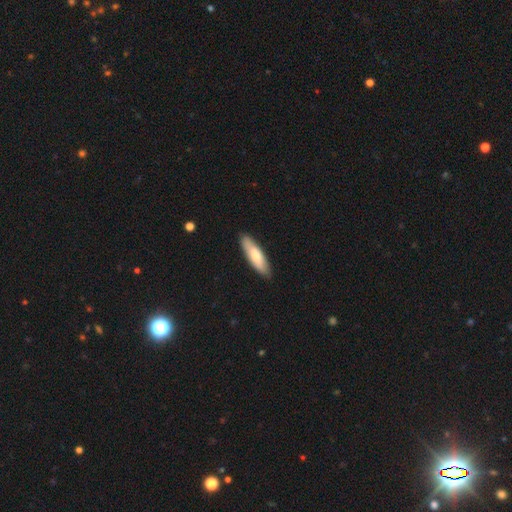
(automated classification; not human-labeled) Smooth or featured: smooth — 74% (featured or disk — 21%)
How rounded: cigar-shaped — 57% (in between — 41%)
Merging: none — 87% (minor disturbance — 10%)